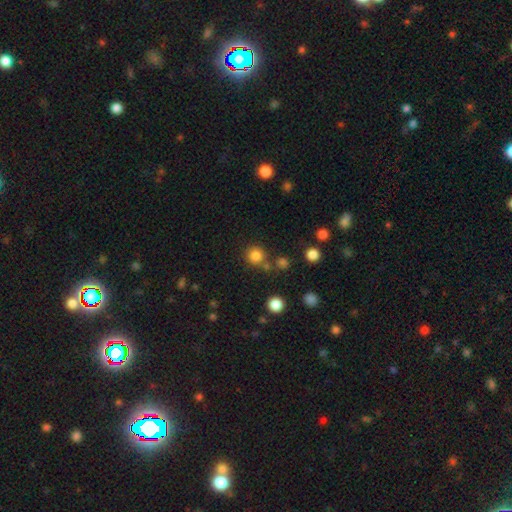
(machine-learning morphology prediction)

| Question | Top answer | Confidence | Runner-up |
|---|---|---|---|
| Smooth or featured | smooth | 81% | star or artifact (14%) |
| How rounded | round | 92% | in between (7%) |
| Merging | none | 76% | merger (12%) |